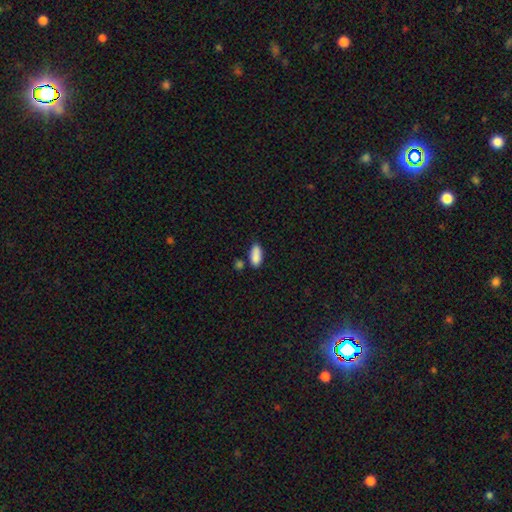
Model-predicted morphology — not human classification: Smooth or featured? smooth (89%)
How rounded? in between (85%)
Merging? none (73%)